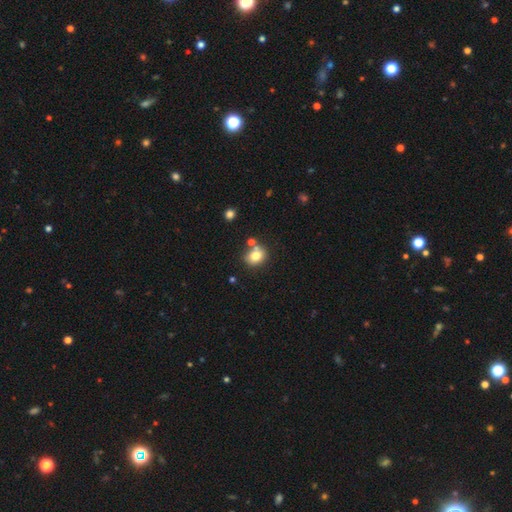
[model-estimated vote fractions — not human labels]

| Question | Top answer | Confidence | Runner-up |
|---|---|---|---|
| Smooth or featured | smooth | 78% | star or artifact (11%) |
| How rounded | round | 62% | in between (37%) |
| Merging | none | 63% | merger (20%) |